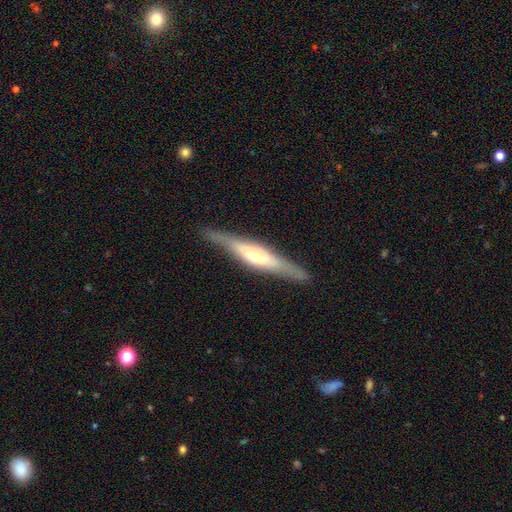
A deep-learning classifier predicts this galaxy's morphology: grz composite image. It shows a featured or disk galaxy (68%) viewed edge-on (94%) with a rounded central bulge (69%). Merging: none (86%).